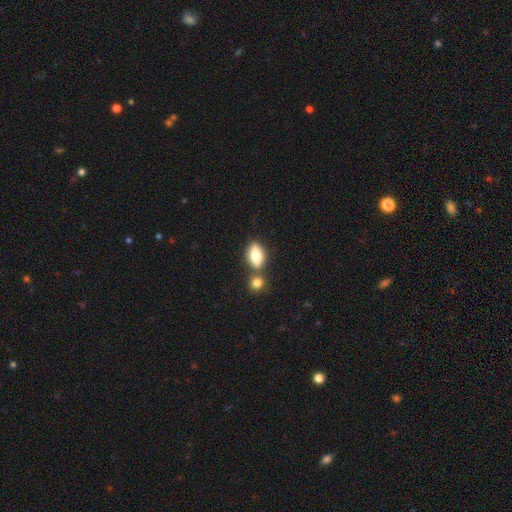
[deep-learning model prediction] smooth-or-featured: smooth: 69% | featured or disk: 23% | star or artifact: 8%
  how-rounded: in between: 81% | round: 10% | cigar-shaped: 9%
  merging: none: 60% | merger: 25% | minor disturbance: 11% | major disturbance: 4%